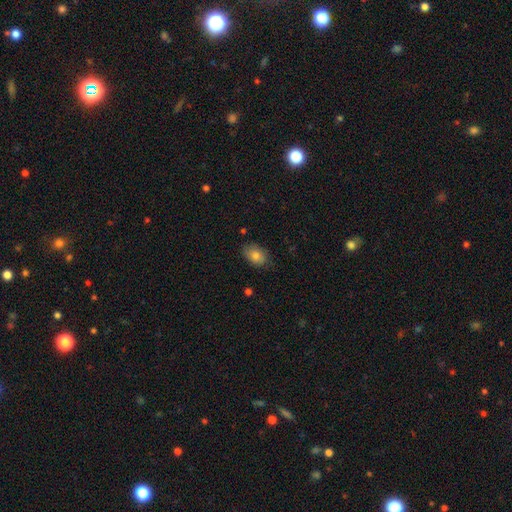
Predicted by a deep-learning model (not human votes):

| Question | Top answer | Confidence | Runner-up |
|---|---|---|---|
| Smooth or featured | smooth | 78% | featured or disk (13%) |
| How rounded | in between | 80% | round (18%) |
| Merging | none | 77% | minor disturbance (18%) |